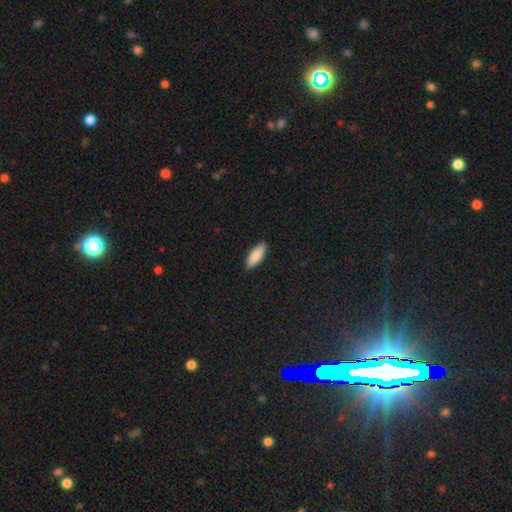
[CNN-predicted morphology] This appears to be a smooth galaxy with no disk features (89%) that is in between round and cigar-shaped (73%). Merging: none (88%).